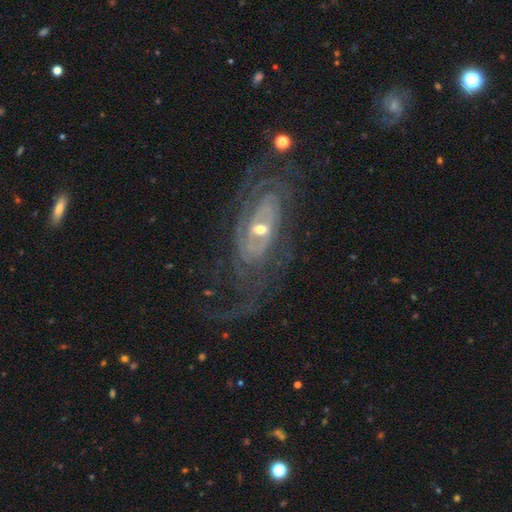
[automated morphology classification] The model was most divided on "bulge size": moderate: 50%, small: 45%, large: 3%, none: 1%, dominant: 1%. Remaining: edge-on disk — no (92%); spiral arms — yes (92%); smooth or featured — featured or disk (86%); merging — none (66%); spiral winding — tight (57%); bar — no (56%); spiral arm count — can't tell (35%).